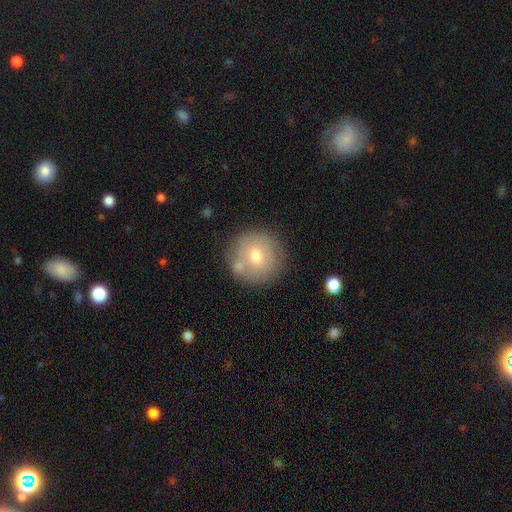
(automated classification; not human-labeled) Overall: smooth (68%). How rounded: round (95%). Merging: none (74%).